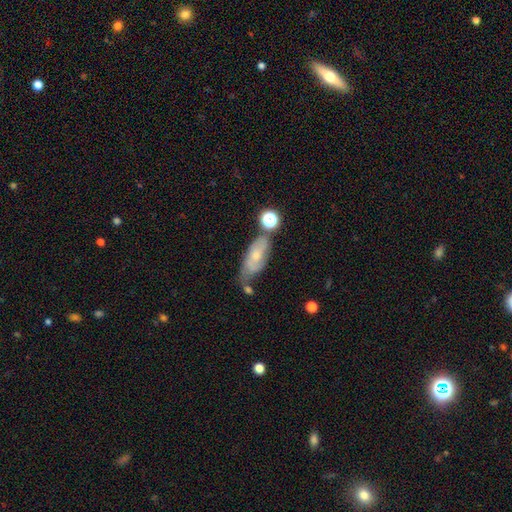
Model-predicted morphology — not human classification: A smooth galaxy with no disk features (47%). Merging: none (45%).